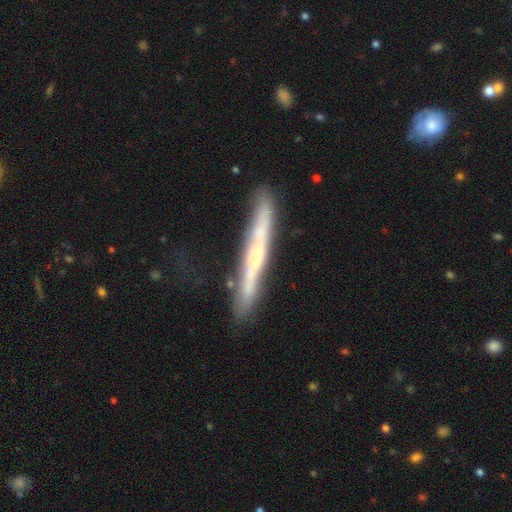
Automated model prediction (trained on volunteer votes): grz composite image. It shows a featured or disk galaxy (63%) viewed edge-on (89%) with no central bulge (63%). Merging: none (73%).